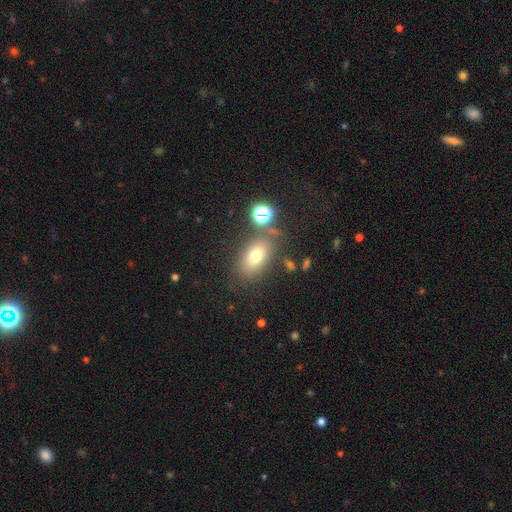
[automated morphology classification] smooth_or_featured: smooth (p=0.70) [alt: star or artifact p=0.16]
how_rounded: in between (p=0.81) [alt: round p=0.16]
merging: none (p=0.73) [alt: minor disturbance p=0.13]